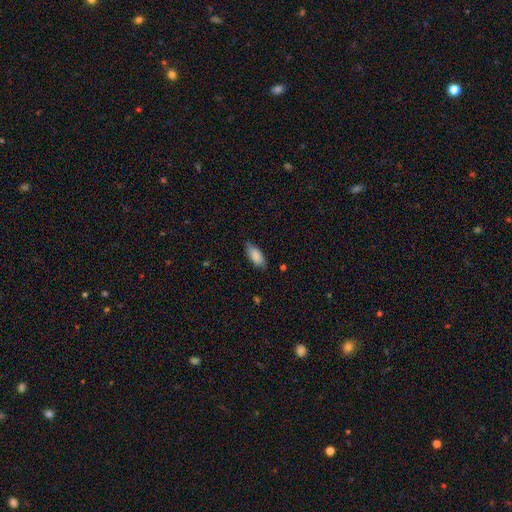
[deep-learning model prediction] Smooth or featured?
  - smooth: 87% *
  - featured or disk: 7%
  - star or artifact: 6%
How rounded?
  - in between: 83% *
  - cigar-shaped: 16%
  - round: 2%
Merging?
  - none: 80% *
  - minor disturbance: 16%
  - major disturbance: 3%
  - merger: 1%